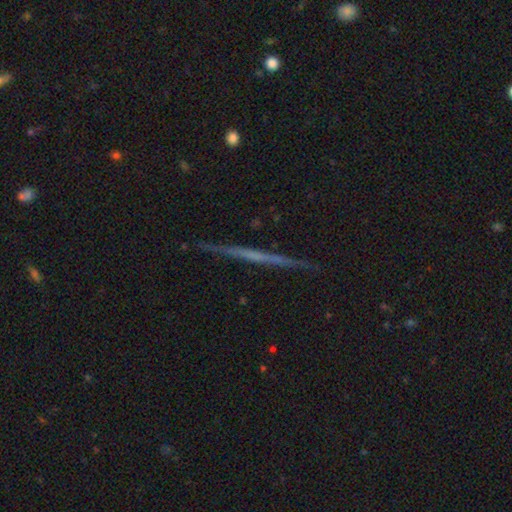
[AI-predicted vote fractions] smooth-or-featured: featured or disk: 66% | smooth: 27% | star or artifact: 7%
  disk-edge-on: yes: 98% | no: 2%
    edge-on-bulge: none: 86% | rounded: 9% | boxy: 5%
  merging: none: 91% | minor disturbance: 6% | major disturbance: 1% | merger: 1%